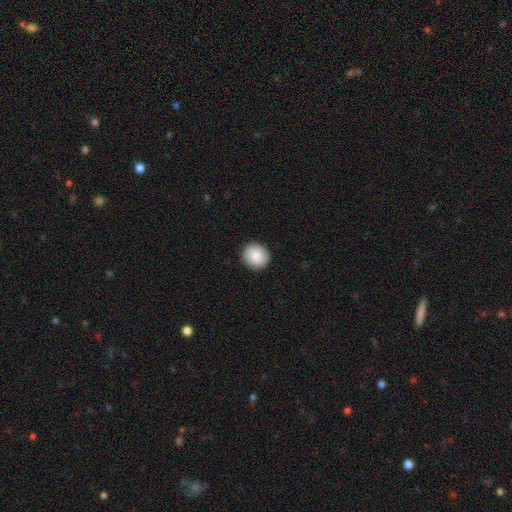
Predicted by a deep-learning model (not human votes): Overall: smooth (86%). How rounded: round (90%). Merging: none (91%).